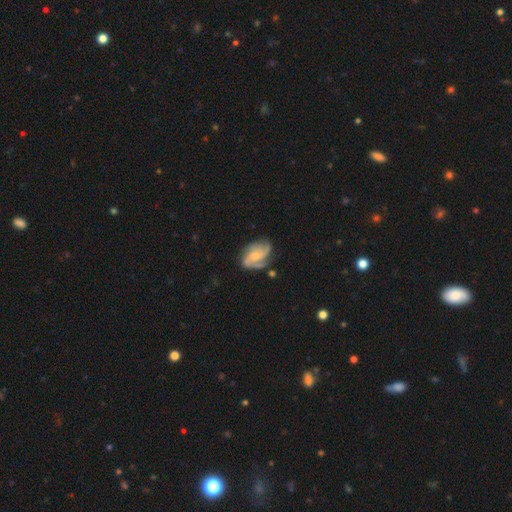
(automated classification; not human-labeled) A featured or disk galaxy (77%) with no bar (64%), 3 (47%) medium (48%) spiral arms (95%) and a small central bulge (55%).

Vote fractions:
- Smooth or featured? featured or disk: 77% / smooth: 17% / star or artifact: 6%
- Edge-on disk? no: 98% / yes: 2%
- Bar? no: 64% / weak: 30% / strong: 6%
- Spiral arms? yes: 95% / no: 5%
- Spiral winding? medium: 48% / tight: 30% / loose: 22%
- Spiral arm count? 3: 47% / 2: 21% / can't tell: 13% / 4: 10% / 1: 4% / more than 4: 4%
- Bulge size? small: 55% / moderate: 31% / none: 10% / large: 3% / dominant: 1%
- Merging? none: 63% / minor disturbance: 23% / major disturbance: 11% / merger: 4%